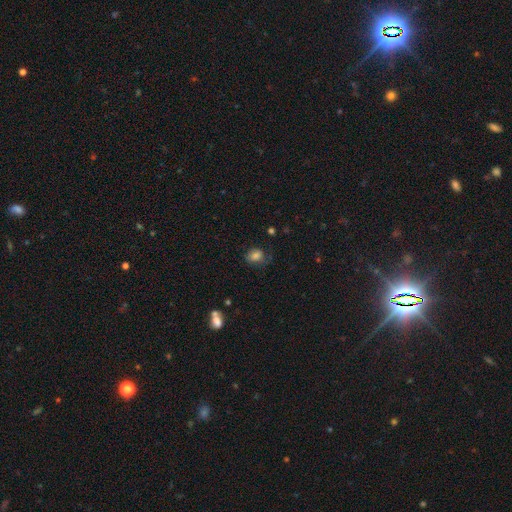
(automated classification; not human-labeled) A smooth galaxy with no disk features (78%) that is in between round and cigar-shaped (56%). Merging: none (61%).